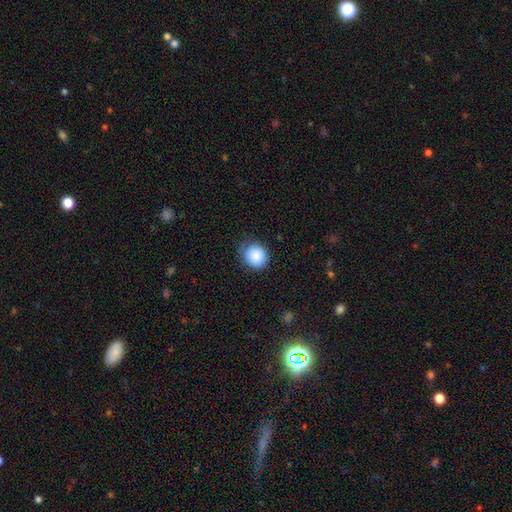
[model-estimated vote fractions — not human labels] Q: Smooth or featured?
A: smooth (86%); runner-up: star or artifact (8%)
Q: How rounded?
A: round (80%); runner-up: in between (19%)
Q: Merging?
A: none (72%); runner-up: minor disturbance (22%)